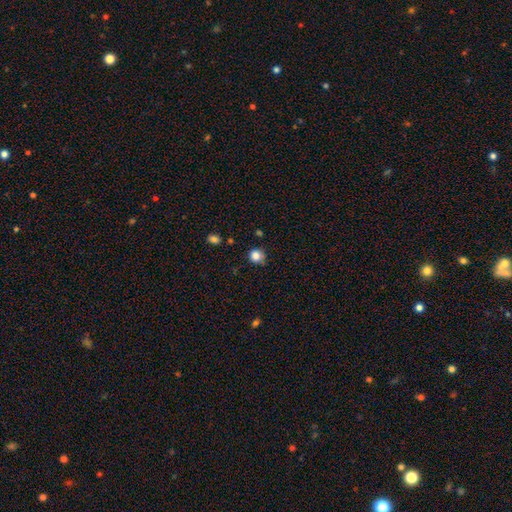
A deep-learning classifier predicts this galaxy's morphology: The model was most divided on "merging": none: 78%, minor disturbance: 16%, major disturbance: 3%, merger: 2%. More confident: how rounded — round (87%); smooth or featured — smooth (84%).